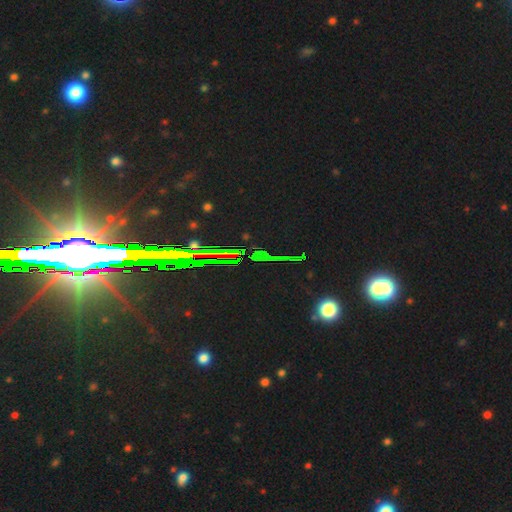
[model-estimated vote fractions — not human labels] star or artifact 80%, smooth 10%, featured or disk 9%.